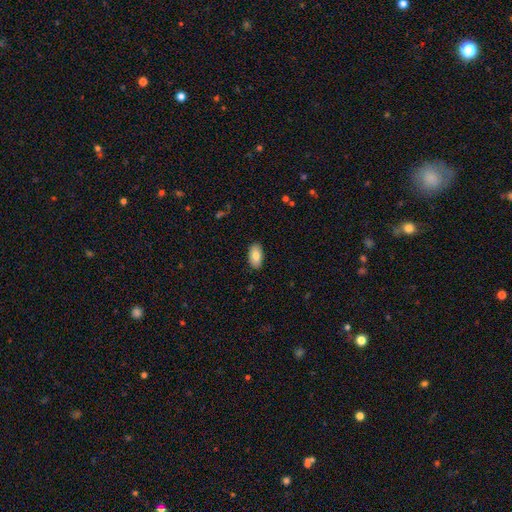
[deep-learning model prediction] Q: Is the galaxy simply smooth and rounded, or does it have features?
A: smooth — 82%.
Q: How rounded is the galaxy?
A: in between — 94%.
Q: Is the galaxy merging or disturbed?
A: none — 88%.